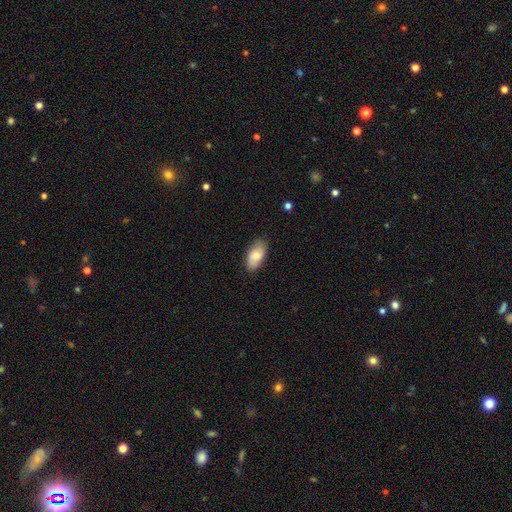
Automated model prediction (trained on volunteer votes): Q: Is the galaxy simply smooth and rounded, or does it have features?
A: smooth — 73%.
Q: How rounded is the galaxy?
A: in between — 93%.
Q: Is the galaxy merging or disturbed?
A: none — 83%.